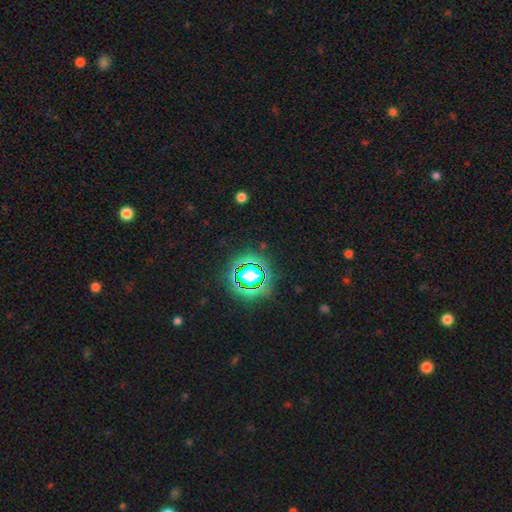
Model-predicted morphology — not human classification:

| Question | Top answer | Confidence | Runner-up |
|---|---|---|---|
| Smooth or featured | star or artifact | 82% | smooth (11%) |